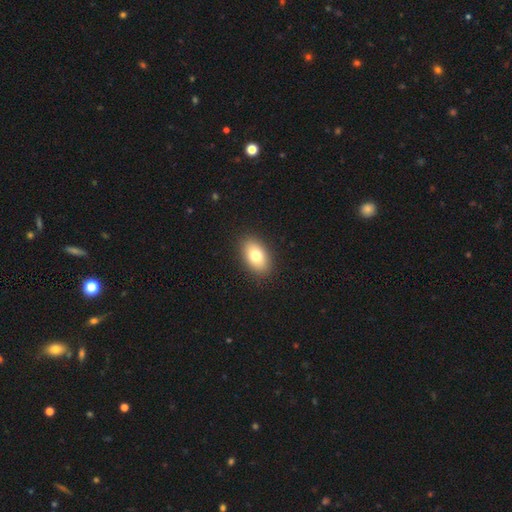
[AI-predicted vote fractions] This appears to be a smooth galaxy with no disk features (78%) that is in between round and cigar-shaped (90%). Merging: none (90%).